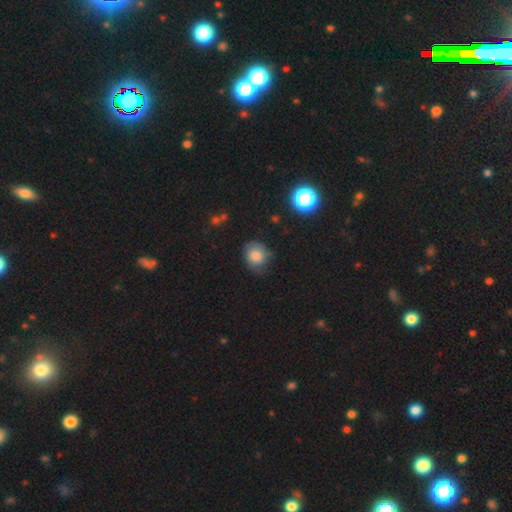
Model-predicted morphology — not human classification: A smooth galaxy with no disk features (69%) that is round (65%).

Vote fractions:
- Smooth or featured? smooth: 69% / featured or disk: 21% / star or artifact: 11%
- How rounded? round: 65% / in between: 34% / cigar-shaped: 1%
- Merging? none: 64% / minor disturbance: 27% / major disturbance: 8% / merger: 2%